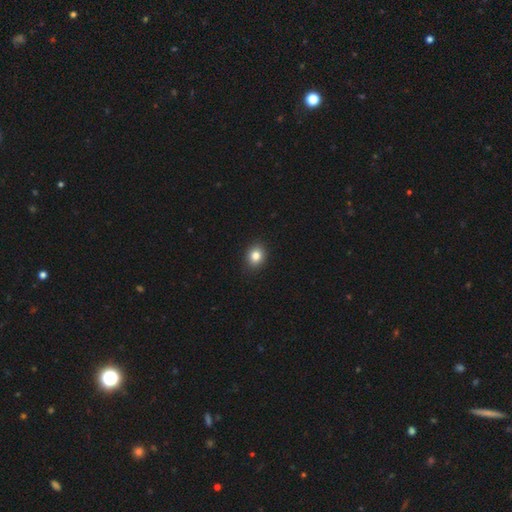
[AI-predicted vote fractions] Smooth or featured? smooth (83%)
How rounded? round (57%)
Merging? none (90%)